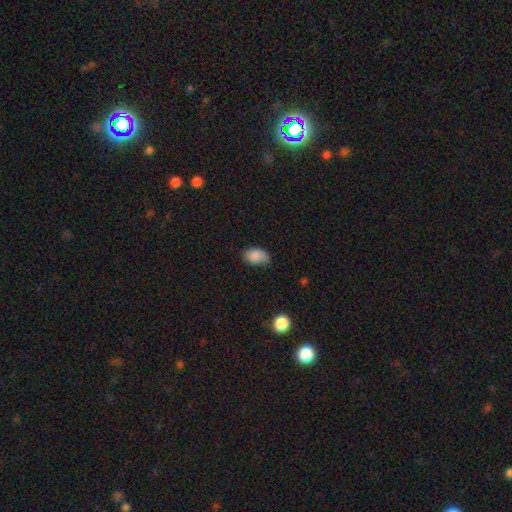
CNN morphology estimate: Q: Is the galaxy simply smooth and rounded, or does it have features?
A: smooth — 86%.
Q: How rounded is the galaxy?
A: in between — 89%.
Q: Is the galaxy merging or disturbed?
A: none — 64%.